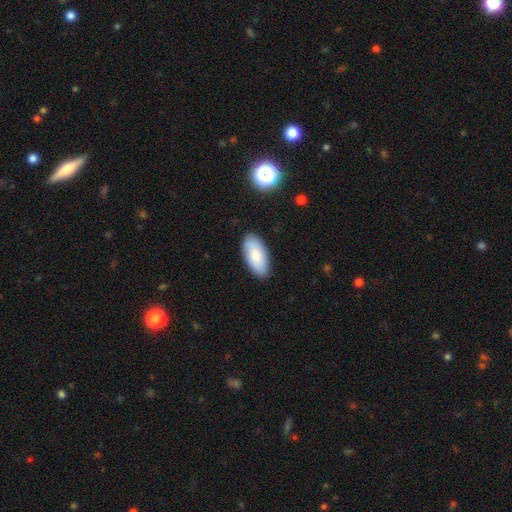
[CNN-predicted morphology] Smooth or featured? Predicted: smooth (p=0.79). How rounded? Predicted: in between (p=0.93). Merging? Predicted: none (p=0.85).